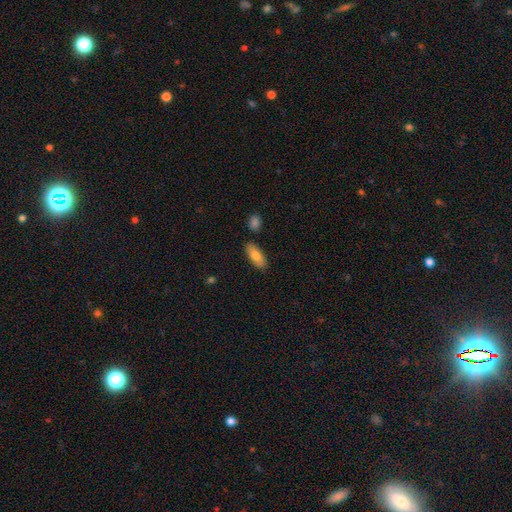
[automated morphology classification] smooth 79%, featured or disk 15%, star or artifact 6%. Down the decision tree: how rounded — in between (80%); merging — none (85%).